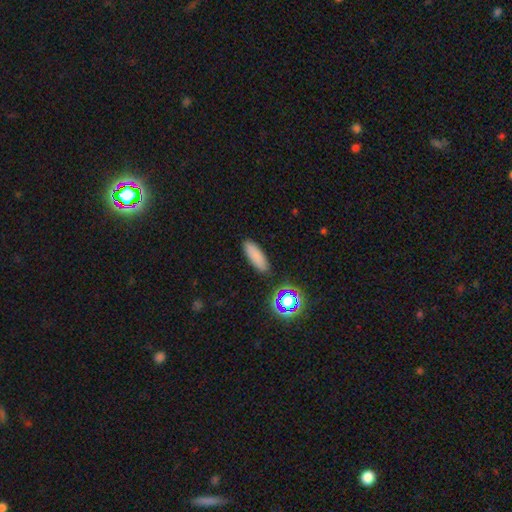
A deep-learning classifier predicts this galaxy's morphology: type=smooth (81%); roundness=in between (55%); merging=none (87%).